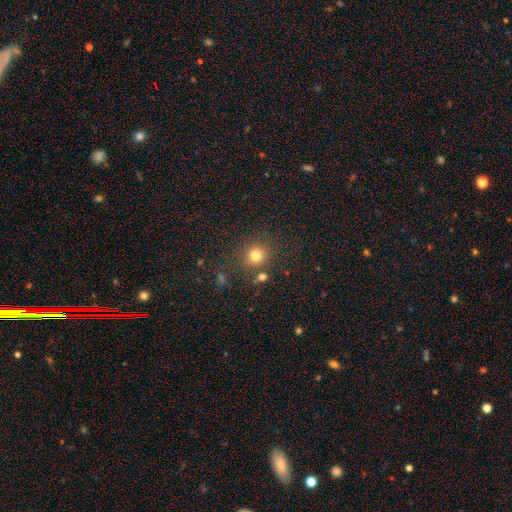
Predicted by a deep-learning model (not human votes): A smooth galaxy with no disk features (77%) that is round (86%).

Vote fractions:
- Smooth or featured? smooth: 77% / star or artifact: 16% / featured or disk: 7%
- How rounded? round: 86% / in between: 13% / cigar-shaped: 1%
- Merging? none: 79% / minor disturbance: 10% / merger: 8% / major disturbance: 4%